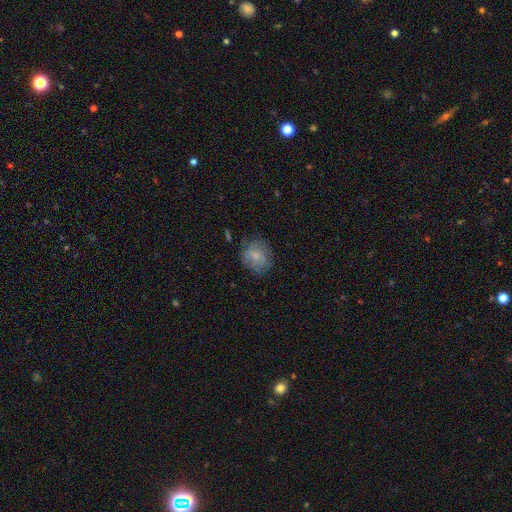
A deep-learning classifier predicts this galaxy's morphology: The model was most divided on "merging": none: 67%, minor disturbance: 22%, major disturbance: 9%, merger: 2%. More confident: how rounded — round (74%); smooth or featured — smooth (70%).